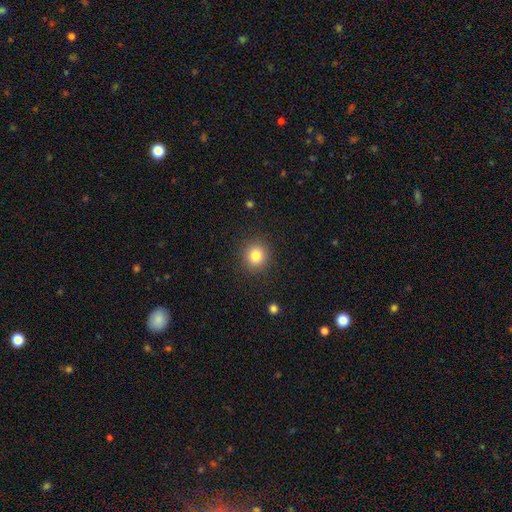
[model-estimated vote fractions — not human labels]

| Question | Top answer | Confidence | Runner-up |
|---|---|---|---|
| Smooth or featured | smooth | 82% | star or artifact (11%) |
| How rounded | round | 89% | in between (10%) |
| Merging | none | 90% | minor disturbance (7%) |